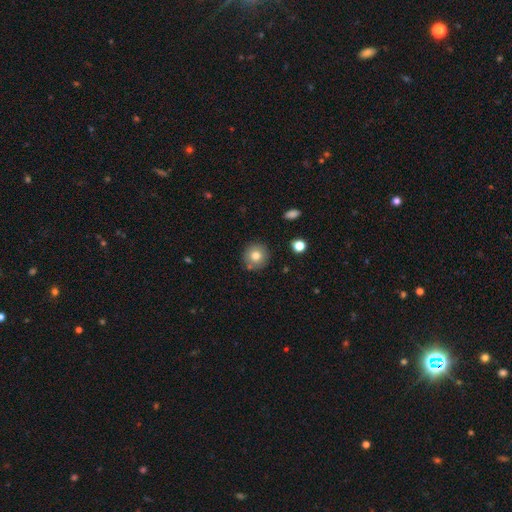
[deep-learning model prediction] Smooth or featured? Predicted: smooth (p=0.77). How rounded? Predicted: round (p=0.93). Merging? Predicted: none (p=0.85).